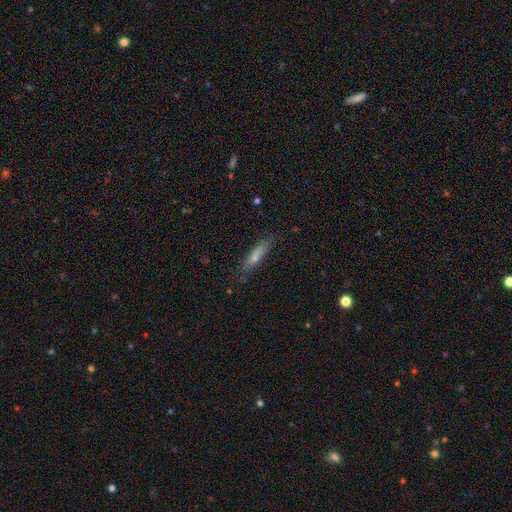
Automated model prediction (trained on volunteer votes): The model was most divided on "smooth or featured": smooth: 69%, featured or disk: 24%, star or artifact: 7%. More confident: how rounded — cigar-shaped (81%); merging — none (77%).